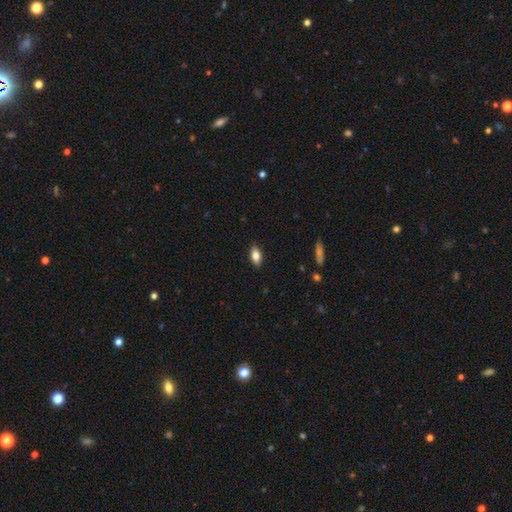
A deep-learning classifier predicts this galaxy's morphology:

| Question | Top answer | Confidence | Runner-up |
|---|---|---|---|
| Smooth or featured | smooth | 77% | featured or disk (16%) |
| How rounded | in between | 86% | cigar-shaped (9%) |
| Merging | none | 87% | minor disturbance (10%) |